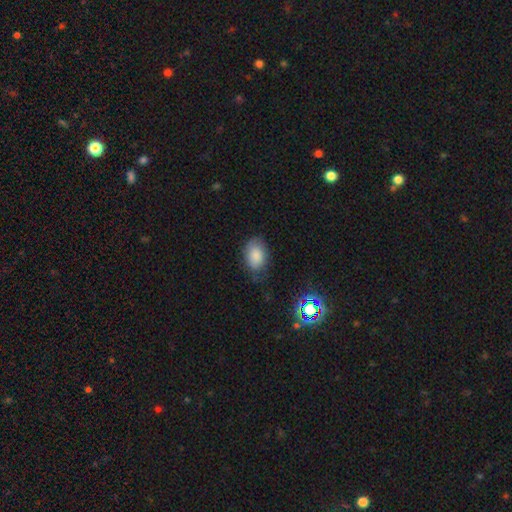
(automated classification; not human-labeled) Overall: smooth (83%). How rounded: in between (85%). Merging: none (70%).